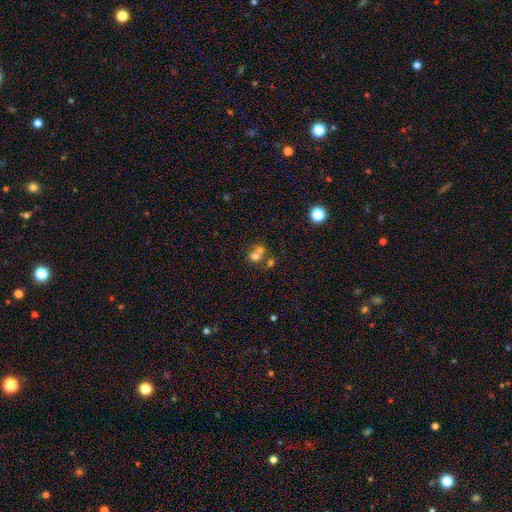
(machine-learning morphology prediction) This appears to be a smooth galaxy with no disk features (65%) that is round (75%). Merging: merger (57%).